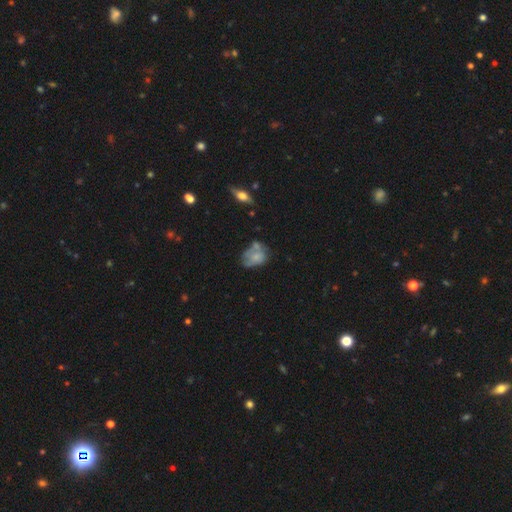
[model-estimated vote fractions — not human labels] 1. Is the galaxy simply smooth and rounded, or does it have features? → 50% smooth, 41% featured or disk, 9% star or artifact.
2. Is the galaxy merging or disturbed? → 36% none, 29% minor disturbance, 18% major disturbance, 17% merger.